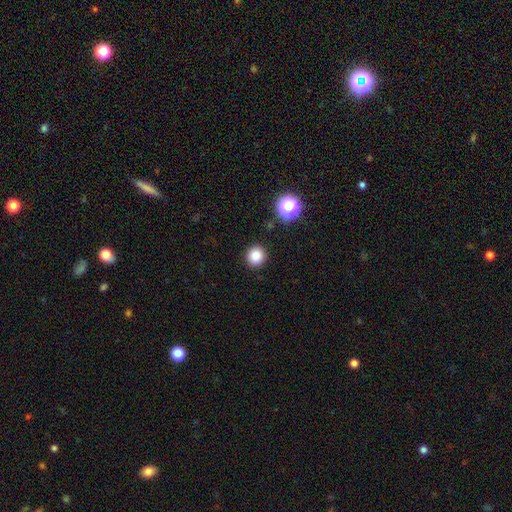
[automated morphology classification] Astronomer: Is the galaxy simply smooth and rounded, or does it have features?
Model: smooth — 84%.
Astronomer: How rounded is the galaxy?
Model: round — 92%.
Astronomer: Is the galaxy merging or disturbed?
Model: none — 91%.